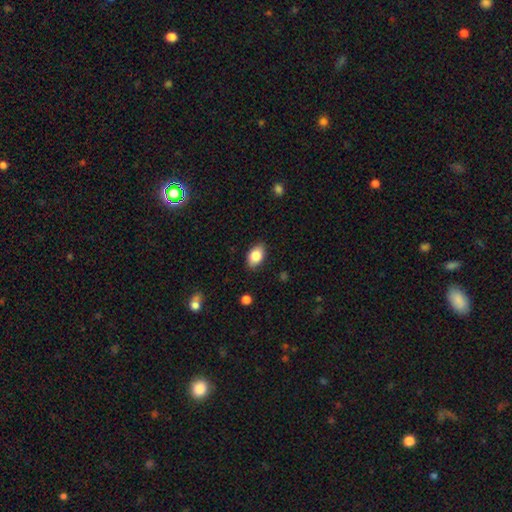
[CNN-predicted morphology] type=smooth (84%); roundness=in between (89%); merging=none (86%).